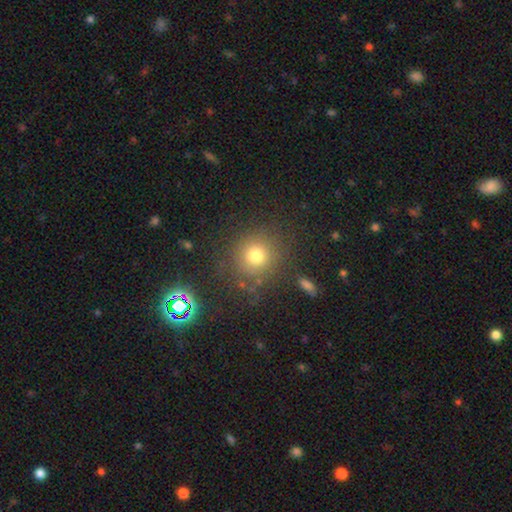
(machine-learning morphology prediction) This appears to be a smooth galaxy with no disk features (74%) that is round (90%). Merging: none (82%).